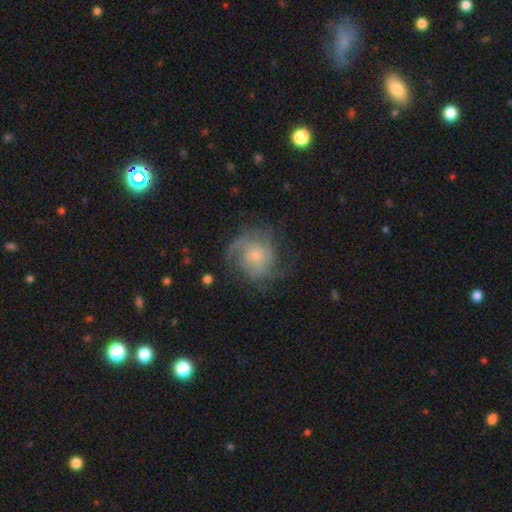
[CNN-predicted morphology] A featured or disk galaxy (76%) with no bar (78%), medium (41%) spiral arms (92%) and a small central bulge (70%). Merging: none (60%).